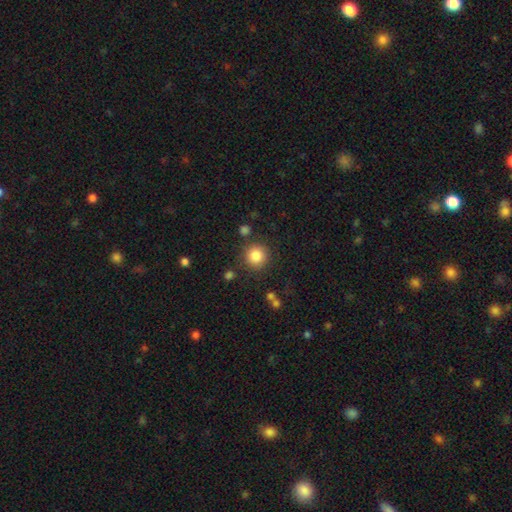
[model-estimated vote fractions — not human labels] smooth_or_featured: smooth (p=0.84) [alt: star or artifact p=0.10]
how_rounded: round (p=0.94) [alt: in between p=0.05]
merging: none (p=0.86) [alt: minor disturbance p=0.08]